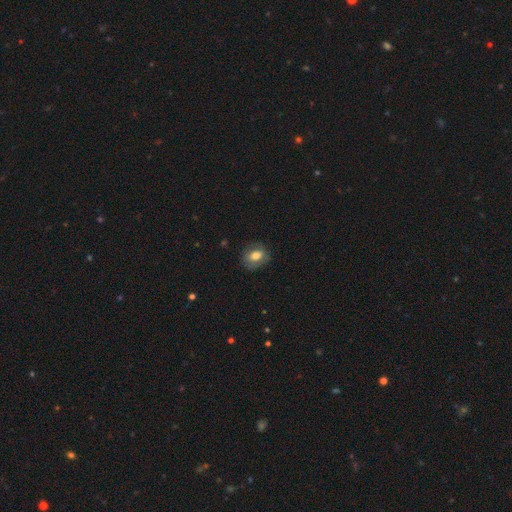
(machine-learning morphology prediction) Smooth or featured? Predicted: smooth (p=0.71). How rounded? Predicted: in between (p=0.57). Merging? Predicted: none (p=0.78).